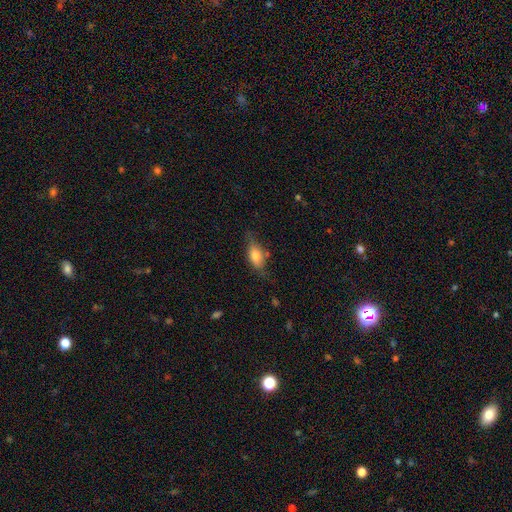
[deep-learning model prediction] A smooth galaxy with no disk features (70%) that is in between round and cigar-shaped (82%). Merging: none (61%).